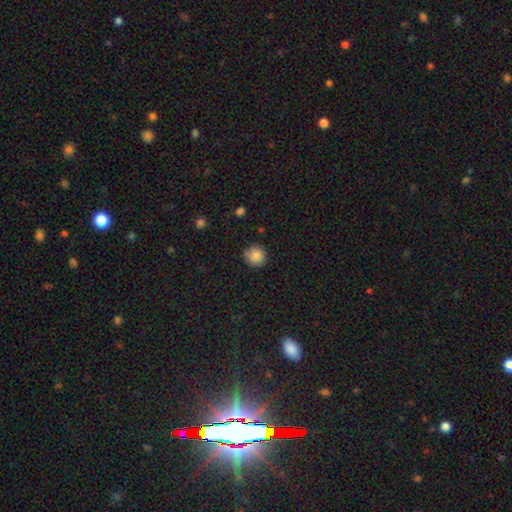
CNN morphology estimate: This is clearly a smooth galaxy (85%). How rounded: clearly round (93%). Merging: clearly none (84%).